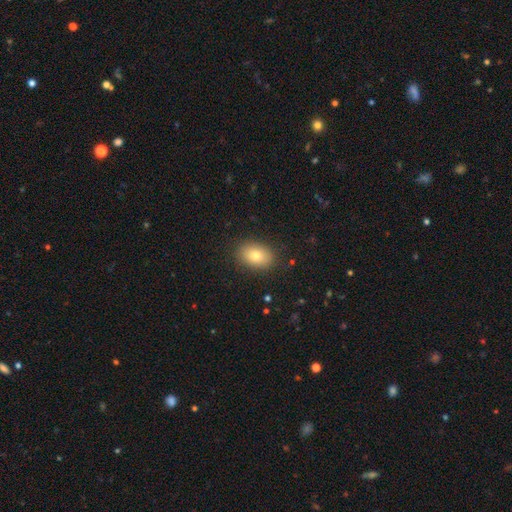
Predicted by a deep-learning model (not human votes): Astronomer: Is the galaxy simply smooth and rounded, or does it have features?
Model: smooth — 77%.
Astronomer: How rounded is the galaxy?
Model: in between — 79%.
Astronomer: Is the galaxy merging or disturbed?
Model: none — 88%.